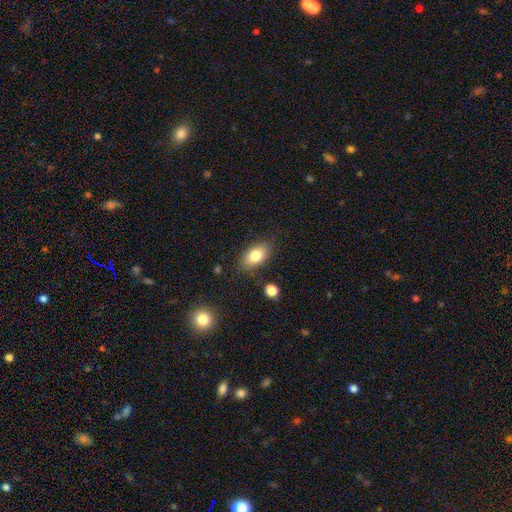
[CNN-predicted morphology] A smooth galaxy with no disk features (81%) that is in between round and cigar-shaped (90%).

Vote fractions:
- Smooth or featured? smooth: 81% / featured or disk: 11% / star or artifact: 8%
- How rounded? in between: 90% / round: 7% / cigar-shaped: 3%
- Merging? none: 81% / minor disturbance: 13% / major disturbance: 3% / merger: 3%